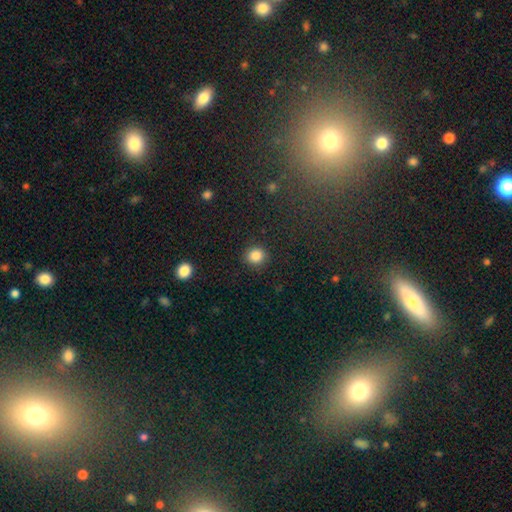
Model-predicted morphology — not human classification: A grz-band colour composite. It shows a smooth galaxy with no disk features (86%) that is round (85%). Merging: none (90%).